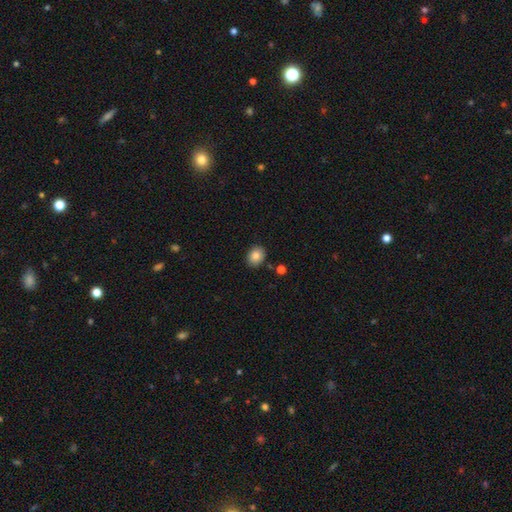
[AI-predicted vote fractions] This appears to be a smooth galaxy with no disk features (84%) that is in between round and cigar-shaped (50%). Merging: none (86%).